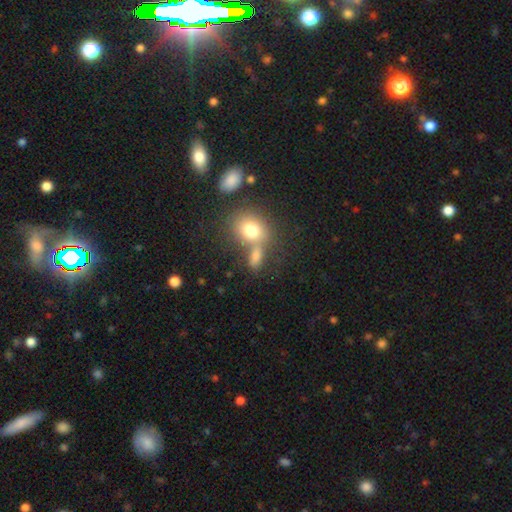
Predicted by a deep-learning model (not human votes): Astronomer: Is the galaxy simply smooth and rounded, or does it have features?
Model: smooth — 74%.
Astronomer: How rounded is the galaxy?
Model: in between — 60% (runner-up: round, 35%).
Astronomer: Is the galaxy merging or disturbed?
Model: none — 47% (runner-up: merger, 35%).